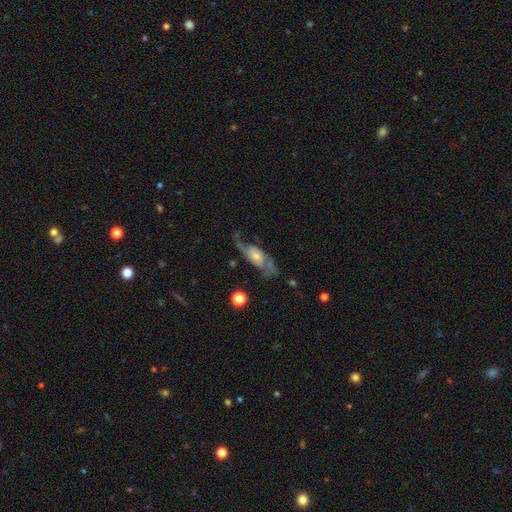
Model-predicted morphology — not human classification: smooth-or-featured: featured or disk: 75% | smooth: 18% | star or artifact: 7%
  disk-edge-on: no: 86% | yes: 14%
    bar: no: 70% | weak: 24% | strong: 6%
    has-spiral-arms: yes: 86% | no: 14%
      spiral-winding: loose: 50% | medium: 36% | tight: 14%
      spiral-arm-count: 2: 80% | can't tell: 9% | 1: 6% | 3: 2% | 4: 1% | more than 4: 1%
    bulge-size: small: 46% | moderate: 40% | large: 8% | none: 5% | dominant: 2%
  merging: none: 55% | major disturbance: 21% | minor disturbance: 21% | merger: 4%